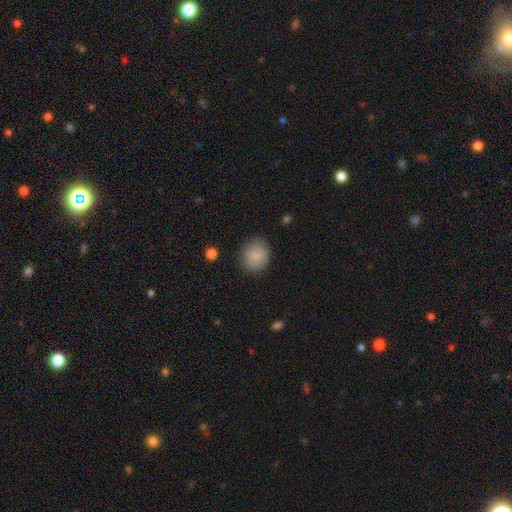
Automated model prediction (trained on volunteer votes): This is clearly a smooth galaxy (86%). How rounded: likely round (79%). Merging: clearly none (84%).